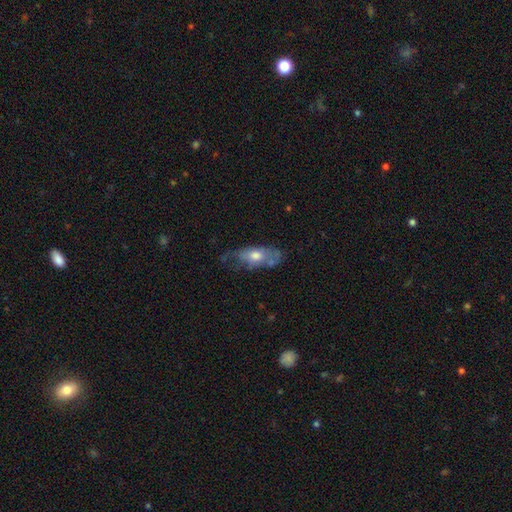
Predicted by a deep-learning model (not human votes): Morphology: type=smooth (49%); merging=none (42%).